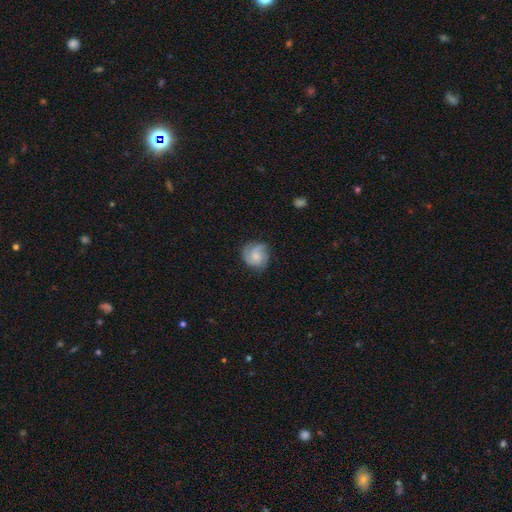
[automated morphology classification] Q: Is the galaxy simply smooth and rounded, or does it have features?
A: featured or disk — 61%.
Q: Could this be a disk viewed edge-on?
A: no — 98%.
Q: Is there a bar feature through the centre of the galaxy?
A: no — 72%.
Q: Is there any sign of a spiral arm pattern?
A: yes — 94%.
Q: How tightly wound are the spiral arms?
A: tight — 49%.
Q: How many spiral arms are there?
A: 3 — 46%.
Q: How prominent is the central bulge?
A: small — 46%.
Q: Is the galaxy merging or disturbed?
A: none — 75%.